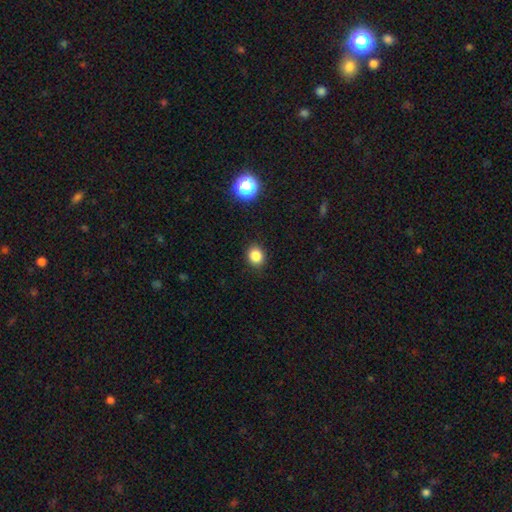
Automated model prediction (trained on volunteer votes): Smooth or featured? smooth (83%)
How rounded? round (71%)
Merging? none (89%)